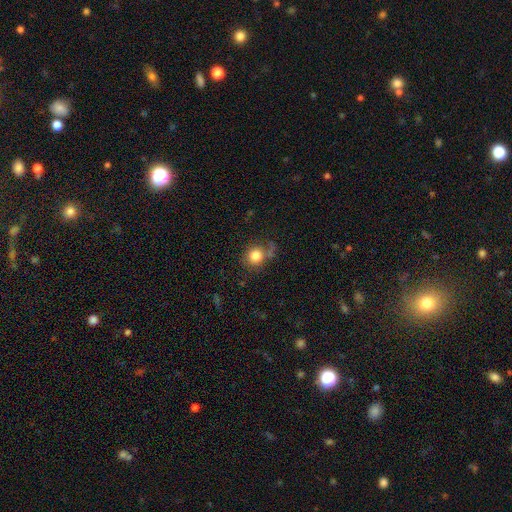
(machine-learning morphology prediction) This is clearly a smooth galaxy (82%). How rounded: clearly round (83%). Merging: likely none (66%).